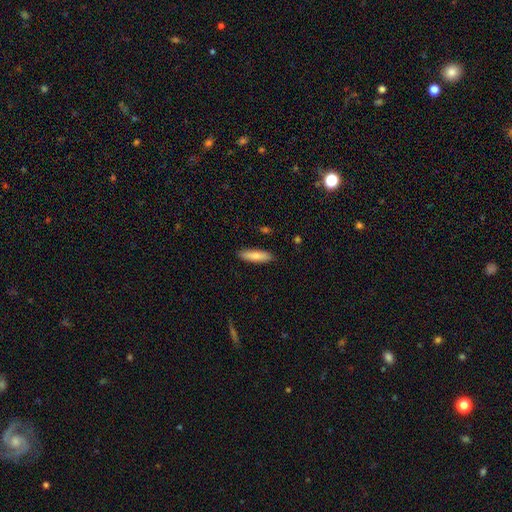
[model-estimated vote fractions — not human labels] The model was most divided on "how rounded": cigar-shaped: 70%, in between: 28%, round: 2%. More confident: merging — none (89%); smooth or featured — smooth (80%).